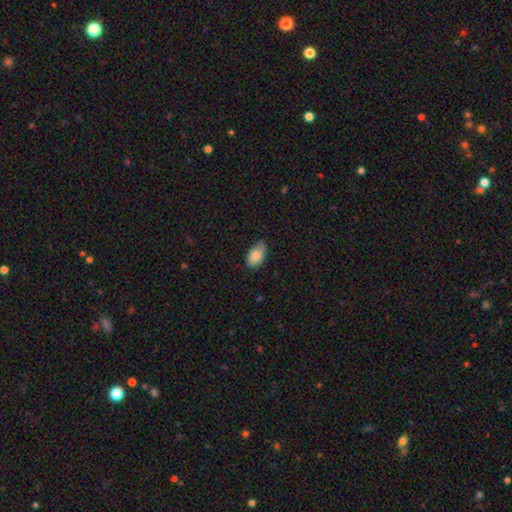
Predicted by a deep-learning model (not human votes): A smooth galaxy with no disk features (80%) that is in between round and cigar-shaped (91%).

Vote fractions:
- Smooth or featured? smooth: 80% / featured or disk: 13% / star or artifact: 7%
- How rounded? in between: 91% / round: 7% / cigar-shaped: 2%
- Merging? none: 55% / minor disturbance: 36% / major disturbance: 7% / merger: 2%